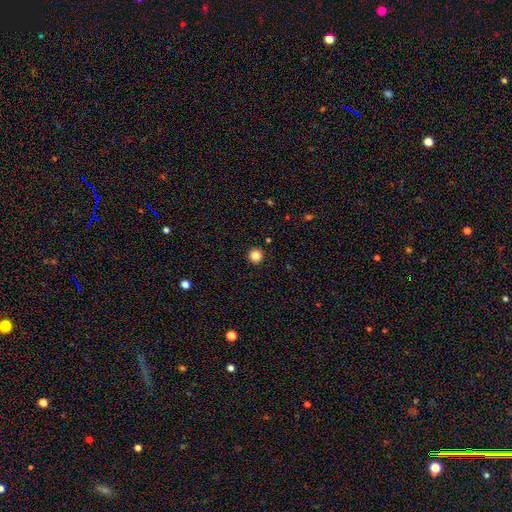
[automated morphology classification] Smooth or featured? smooth (84%)
How rounded? round (95%)
Merging? none (93%)